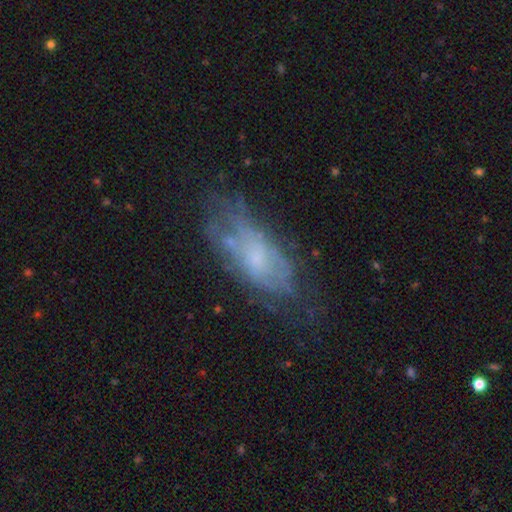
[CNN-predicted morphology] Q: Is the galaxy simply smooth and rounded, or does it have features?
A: featured or disk — 50%.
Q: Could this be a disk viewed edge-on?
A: no — 88%.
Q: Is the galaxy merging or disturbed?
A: none — 51%.